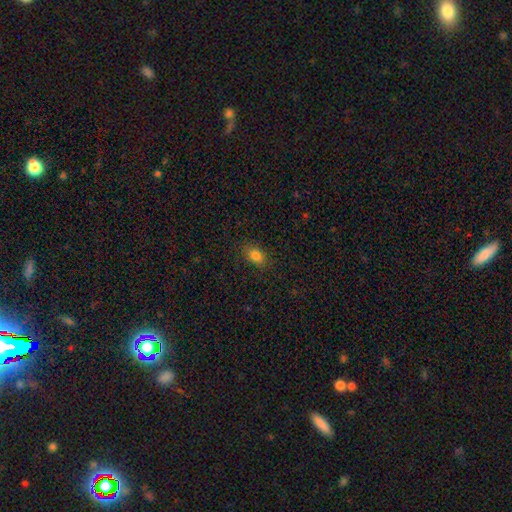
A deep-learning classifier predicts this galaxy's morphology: Smooth or featured? smooth (83%)
How rounded? in between (83%)
Merging? none (84%)